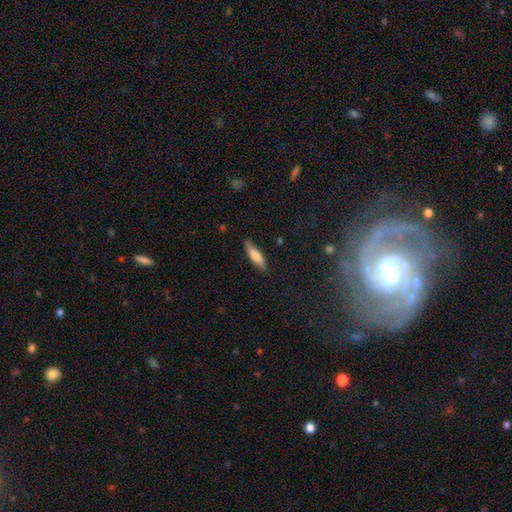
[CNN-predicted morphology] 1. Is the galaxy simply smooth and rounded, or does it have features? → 77% smooth, 17% featured or disk, 6% star or artifact.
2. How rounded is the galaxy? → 64% cigar-shaped, 34% in between, 2% round.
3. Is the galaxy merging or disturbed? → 84% none, 12% minor disturbance, 2% major disturbance, 1% merger.